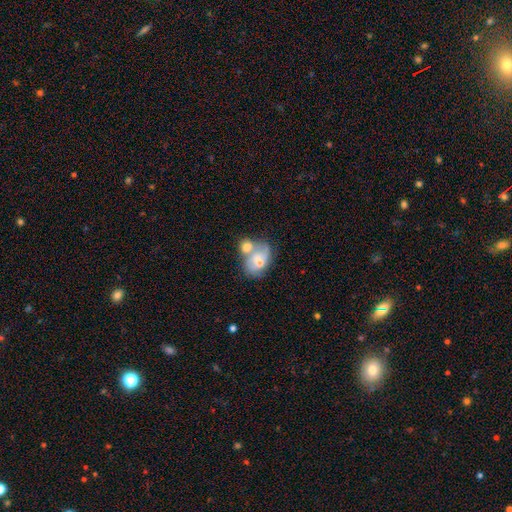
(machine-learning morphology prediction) Smooth or featured? Predicted: smooth (p=0.46). Merging? Predicted: merger (p=0.50).